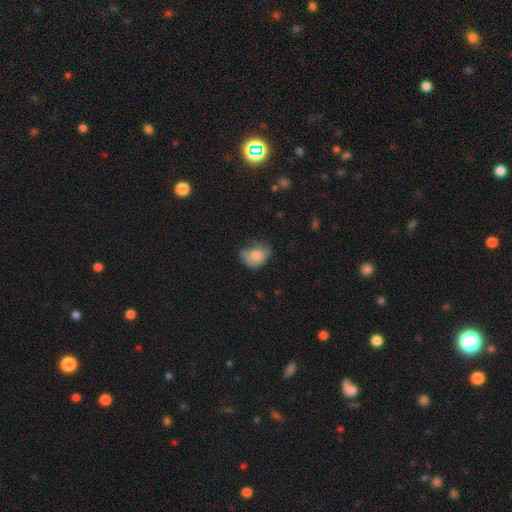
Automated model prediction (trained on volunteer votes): smooth_or_featured: smooth (p=0.75) [alt: featured or disk p=0.17]
how_rounded: in between (p=0.60) [alt: round p=0.39]
merging: none (p=0.40) [alt: minor disturbance p=0.38]